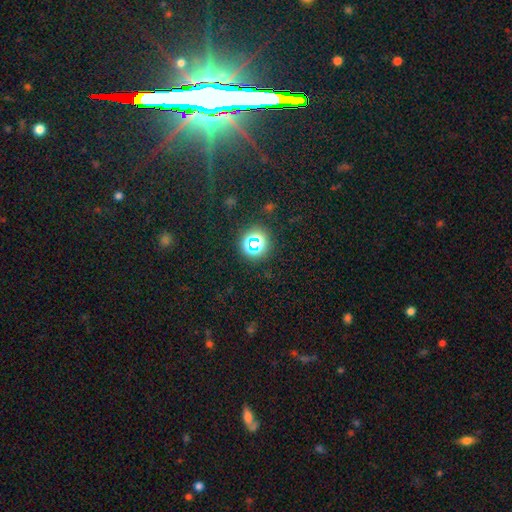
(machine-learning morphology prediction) Smooth or featured: star or artifact — 73% (smooth — 14%)